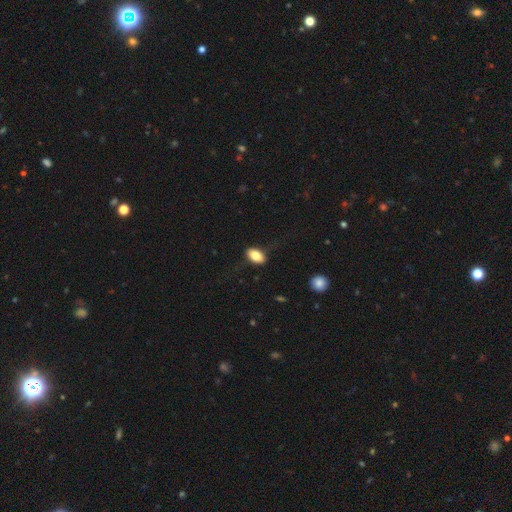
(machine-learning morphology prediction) smooth 81%, featured or disk 12%, star or artifact 7%. Down the decision tree: how rounded — in between (90%); merging — none (79%).